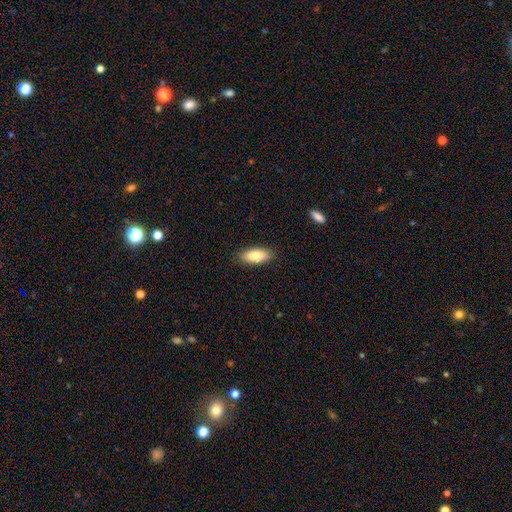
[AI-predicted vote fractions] smooth 84%, featured or disk 10%, star or artifact 6%. Down the decision tree: how rounded — in between (80%); merging — none (88%).